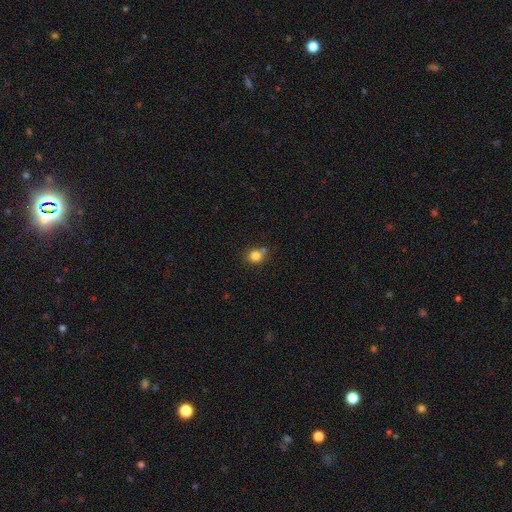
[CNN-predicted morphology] smooth-or-featured: smooth: 82% | star or artifact: 12% | featured or disk: 7%
  how-rounded: round: 83% | in between: 16% | cigar-shaped: 1%
  merging: none: 65% | merger: 19% | minor disturbance: 12% | major disturbance: 4%